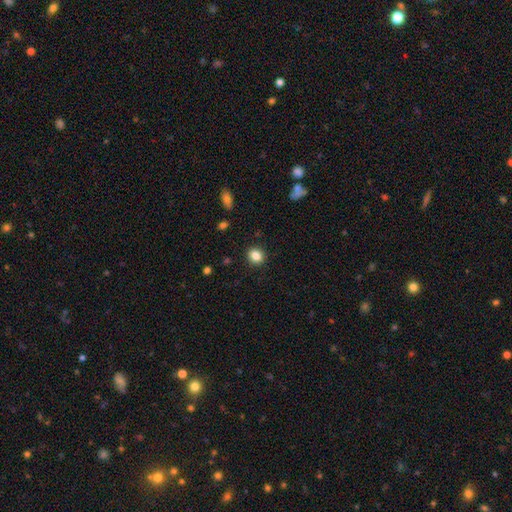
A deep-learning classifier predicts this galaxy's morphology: Smooth or featured: smooth — 85% (star or artifact — 10%)
How rounded: round — 78% (in between — 21%)
Merging: none — 91% (minor disturbance — 6%)